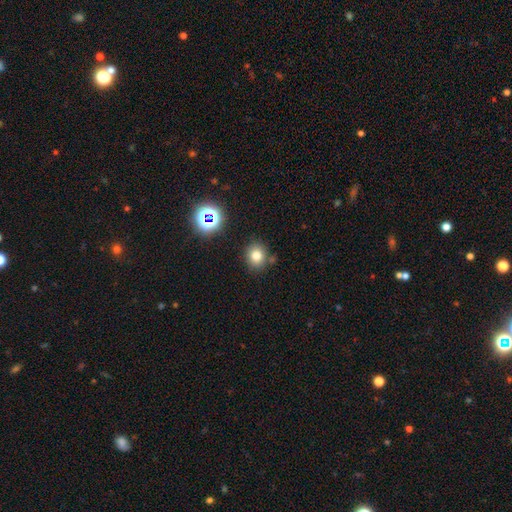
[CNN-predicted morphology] Q: Smooth or featured?
A: smooth (75%); runner-up: star or artifact (16%)
Q: How rounded?
A: round (77%); runner-up: in between (22%)
Q: Merging?
A: none (80%); runner-up: minor disturbance (10%)